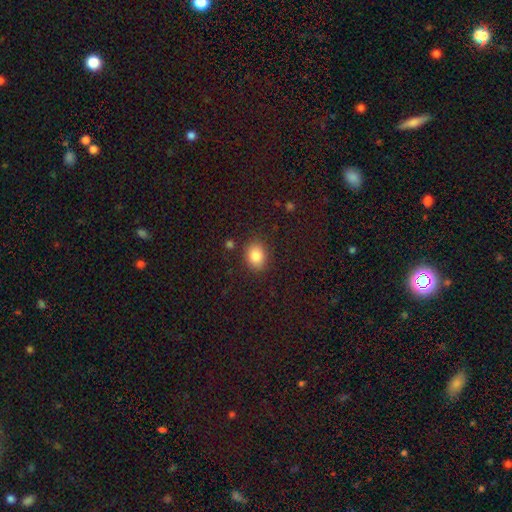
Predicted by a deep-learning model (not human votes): The model was most divided on "how rounded": round: 54%, in between: 45%, cigar-shaped: 1%. More confident: merging — none (85%); smooth or featured — smooth (83%).